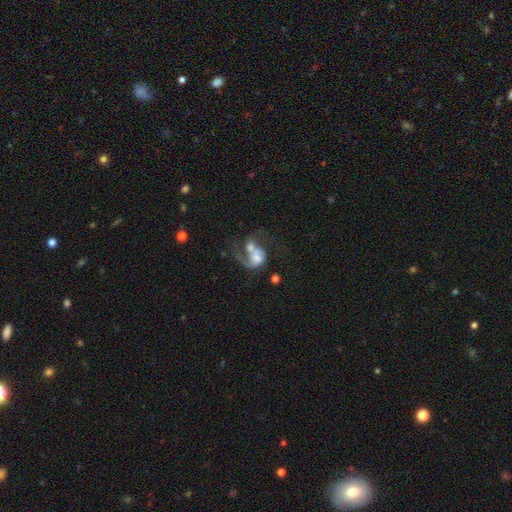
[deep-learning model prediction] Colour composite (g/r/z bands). It shows a featured or disk galaxy (64%) with no bar (75%), spiral arms (74%) and a moderate central bulge (37%). Merging: merger (52%).